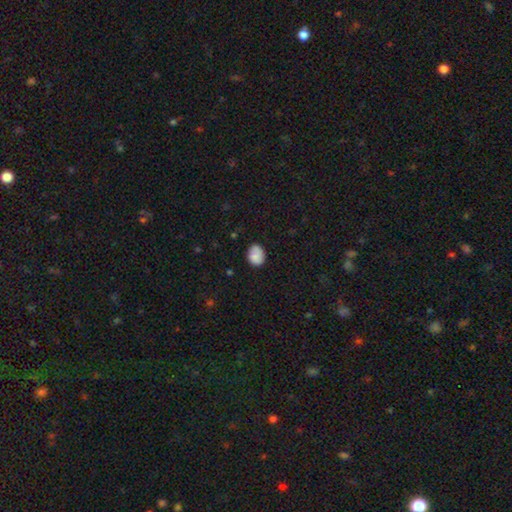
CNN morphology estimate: A smooth galaxy with no disk features (84%) that is in between round and cigar-shaped (62%).

Vote fractions:
- Smooth or featured? smooth: 84% / star or artifact: 8% / featured or disk: 8%
- How rounded? in between: 62% / round: 37% / cigar-shaped: 1%
- Merging? none: 75% / minor disturbance: 20% / major disturbance: 3% / merger: 2%